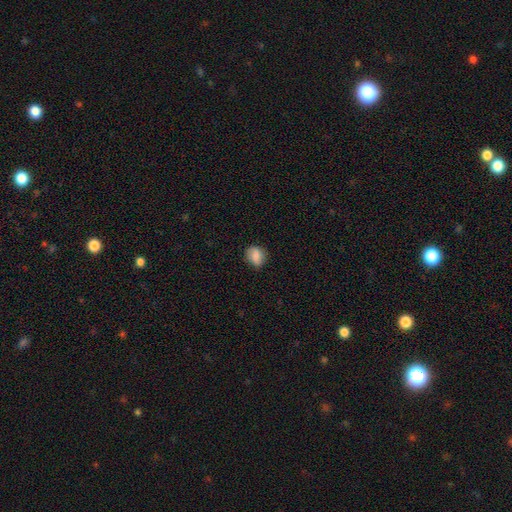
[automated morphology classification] Q: Smooth or featured?
A: smooth (80%); runner-up: featured or disk (12%)
Q: How rounded?
A: round (54%); runner-up: in between (44%)
Q: Merging?
A: none (77%); runner-up: minor disturbance (18%)